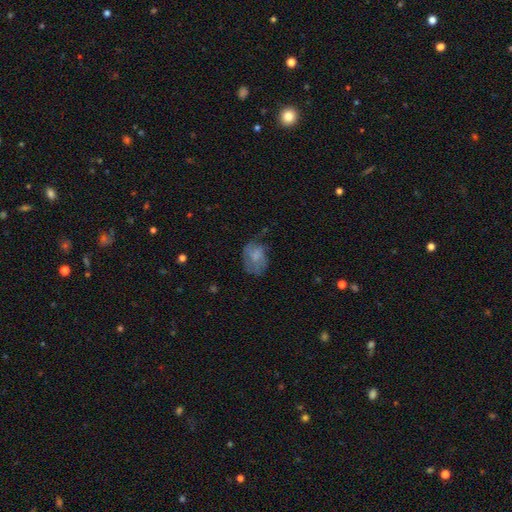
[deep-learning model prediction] smooth 54%, featured or disk 37%, star or artifact 9%. Down the decision tree: how rounded — in between (73%); merging — none (45%).